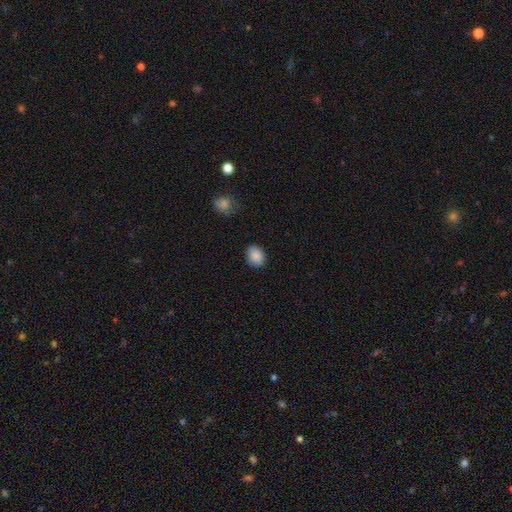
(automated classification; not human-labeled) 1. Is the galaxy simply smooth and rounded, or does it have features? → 87% smooth, 8% star or artifact, 5% featured or disk.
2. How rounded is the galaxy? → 52% in between, 47% round, 1% cigar-shaped.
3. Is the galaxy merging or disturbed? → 82% none, 14% minor disturbance, 3% major disturbance, 1% merger.